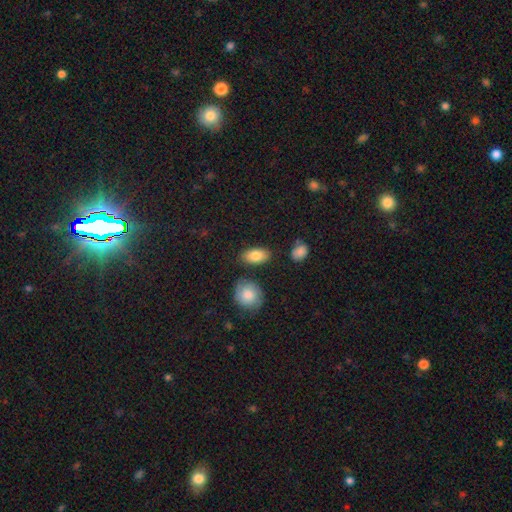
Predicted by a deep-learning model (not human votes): Smooth or featured? Predicted: smooth (p=0.83). How rounded? Predicted: in between (p=0.92). Merging? Predicted: none (p=0.81).